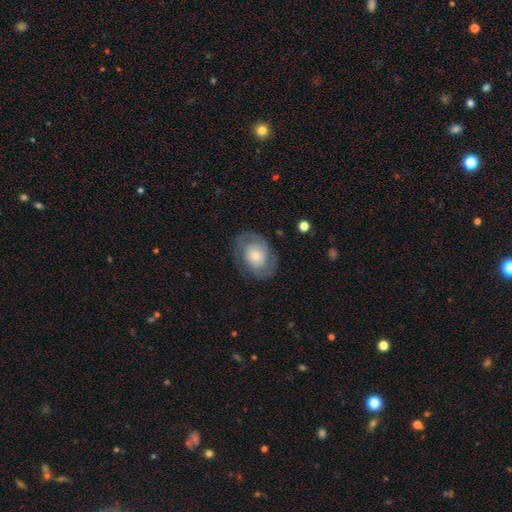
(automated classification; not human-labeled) This appears to be a featured or disk galaxy (47%). Merging: none (71%).